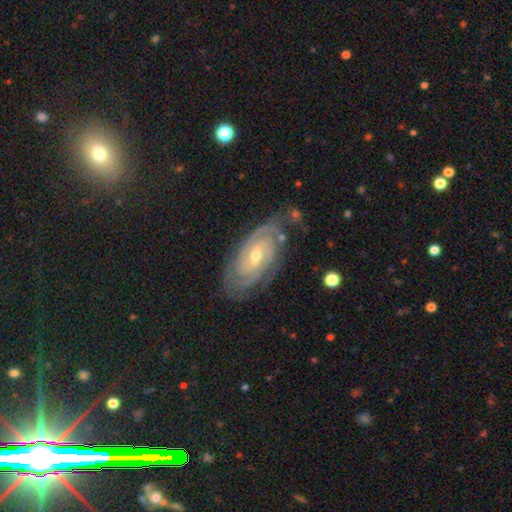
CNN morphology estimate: Smooth or featured?
  - featured or disk: 89% *
  - star or artifact: 6%
  - smooth: 6%
Edge-on disk?
  - no: 95% *
  - yes: 5%
Bar?
  - weak: 44% *
  - no: 42%
  - strong: 15%
Spiral arms?
  - yes: 98% *
  - no: 2%
Spiral winding?
  - tight: 77% *
  - medium: 20%
  - loose: 3%
Spiral arm count?
  - 2: 35% *
  - 3: 24%
  - can't tell: 19%
  - 4: 12%
  - more than 4: 5%
  - 1: 5%
Bulge size?
  - small: 53% *
  - moderate: 44%
  - large: 1%
  - none: 1%
  - dominant: 1%
Merging?
  - none: 72% *
  - minor disturbance: 20%
  - major disturbance: 6%
  - merger: 2%